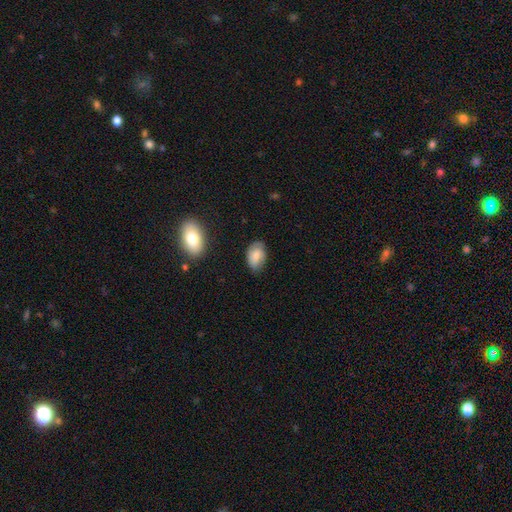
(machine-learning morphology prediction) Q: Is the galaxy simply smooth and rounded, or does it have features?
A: smooth — 66%.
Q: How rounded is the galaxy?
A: in between — 88%.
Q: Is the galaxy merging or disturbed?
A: none — 68%.